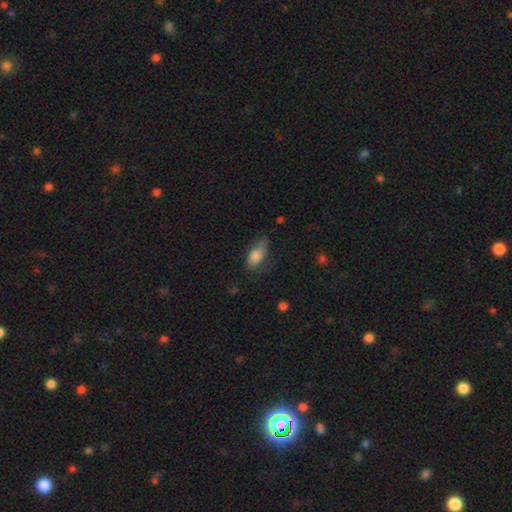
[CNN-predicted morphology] Smooth or featured? smooth (79%)
How rounded? in between (85%)
Merging? none (54%)